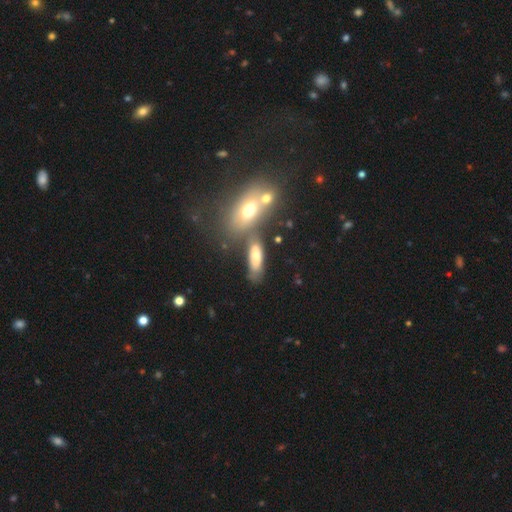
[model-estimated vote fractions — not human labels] A smooth galaxy with no disk features (69%) that is in between round and cigar-shaped (66%).

Vote fractions:
- Smooth or featured? smooth: 69% / featured or disk: 22% / star or artifact: 10%
- How rounded? in between: 66% / cigar-shaped: 30% / round: 4%
- Merging? none: 44% / merger: 31% / minor disturbance: 17% / major disturbance: 9%